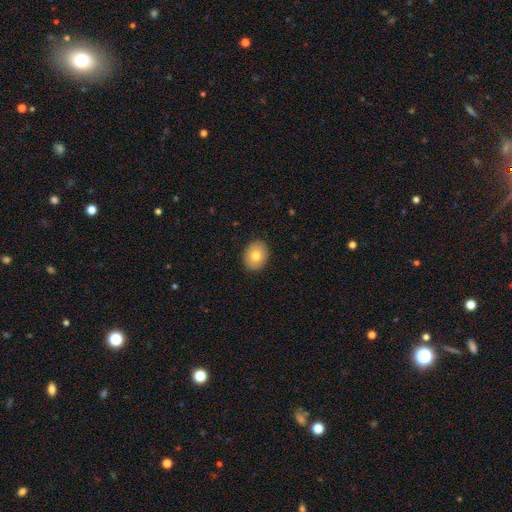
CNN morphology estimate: Smooth or featured? Predicted: smooth (p=0.78). How rounded? Predicted: in between (p=0.54). Merging? Predicted: none (p=0.90).